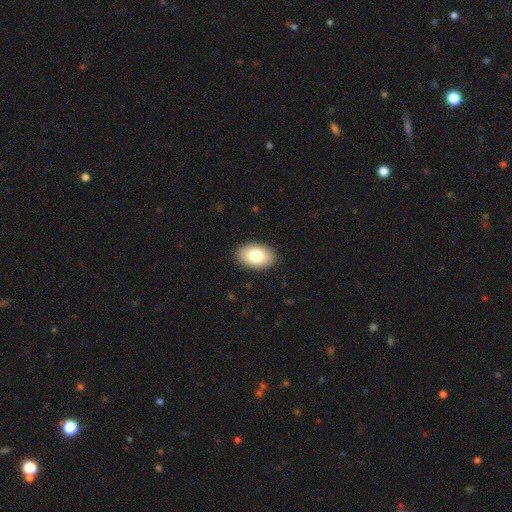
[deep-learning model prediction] Smooth or featured? Predicted: smooth (p=0.80). How rounded? Predicted: in between (p=0.92). Merging? Predicted: none (p=0.89).